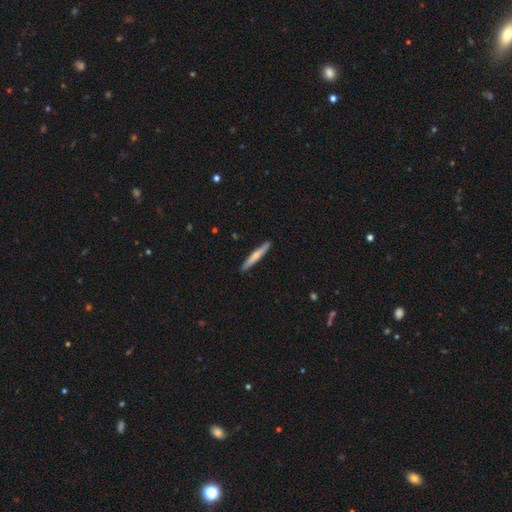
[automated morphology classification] This appears to be a smooth galaxy with no disk features (59%) that is cigar-shaped (95%). Merging: none (90%).